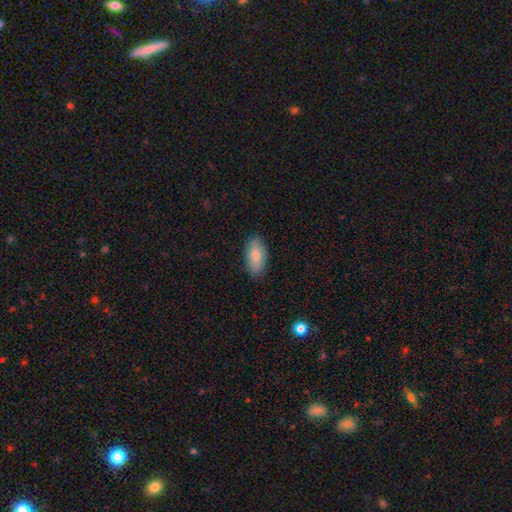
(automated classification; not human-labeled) smooth 80%, featured or disk 13%, star or artifact 7%. Down the decision tree: how rounded — in between (91%); merging — none (85%).